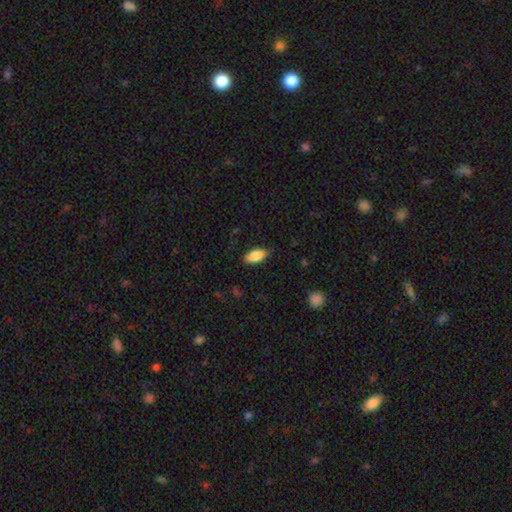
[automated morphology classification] Smooth or featured? Predicted: smooth (p=0.86). How rounded? Predicted: in between (p=0.90). Merging? Predicted: none (p=0.84).